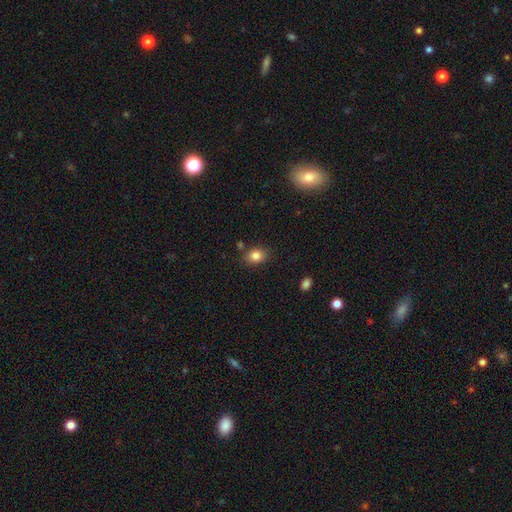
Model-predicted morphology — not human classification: This is clearly a smooth galaxy (83%). How rounded: possibly in between (57%). Merging: clearly none (81%).